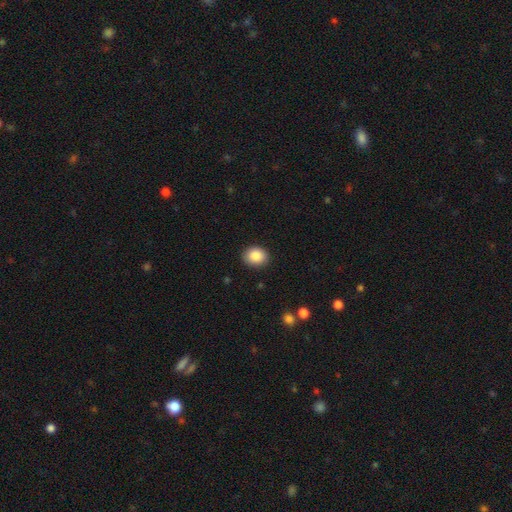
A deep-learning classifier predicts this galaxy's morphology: type=smooth (88%); roundness=round (50%); merging=none (88%).